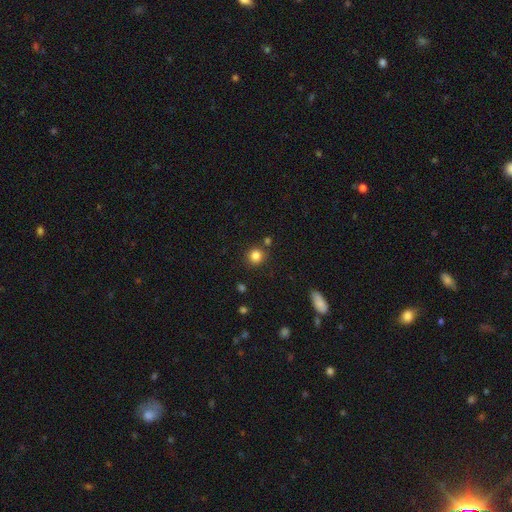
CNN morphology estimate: Q: Smooth or featured?
A: smooth (84%); runner-up: star or artifact (12%)
Q: How rounded?
A: round (90%); runner-up: in between (9%)
Q: Merging?
A: none (83%); runner-up: minor disturbance (8%)